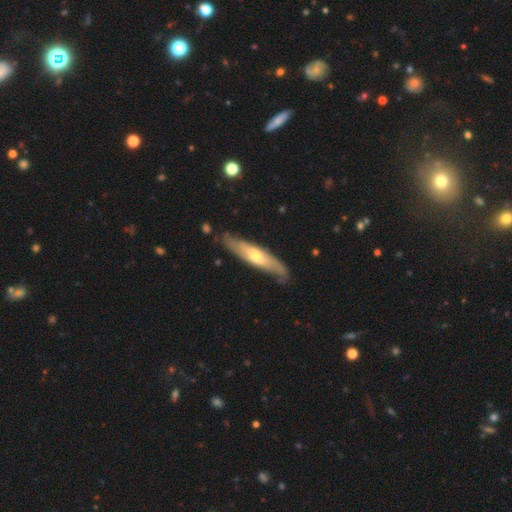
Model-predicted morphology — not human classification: Smooth or featured: featured or disk — 59% (smooth — 36%)
Edge-on disk: yes — 62% (no — 38%)
Merging: none — 78% (minor disturbance — 17%)